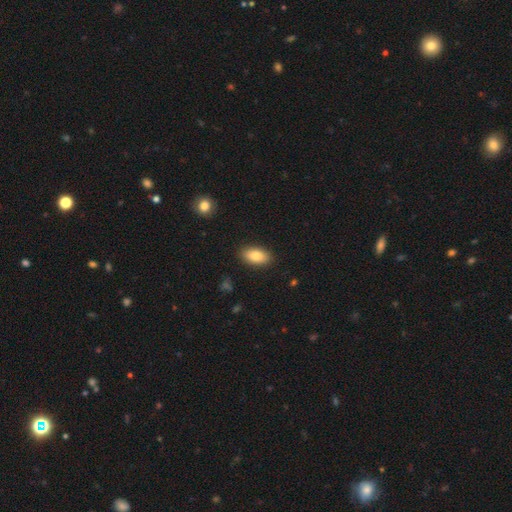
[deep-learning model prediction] This is clearly a smooth galaxy (83%). How rounded: clearly in between (91%). Merging: clearly none (89%).